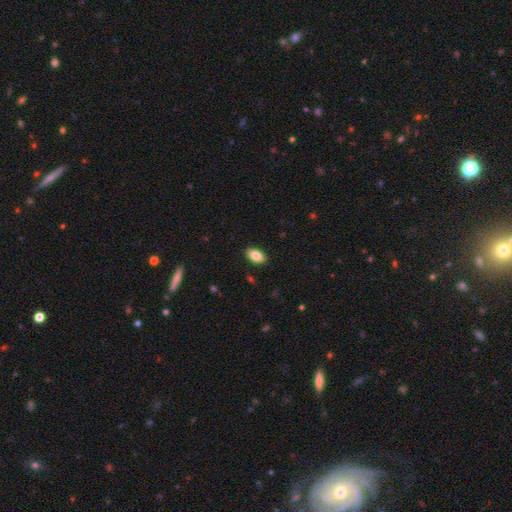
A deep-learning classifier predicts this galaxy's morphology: Smooth or featured? smooth (83%)
How rounded? in between (93%)
Merging? none (89%)